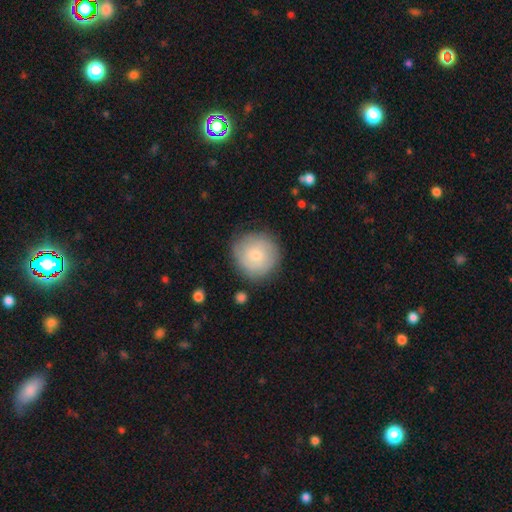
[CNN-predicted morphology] Q: Smooth or featured?
A: smooth (63%); runner-up: featured or disk (30%)
Q: How rounded?
A: round (94%); runner-up: in between (5%)
Q: Merging?
A: none (81%); runner-up: minor disturbance (13%)